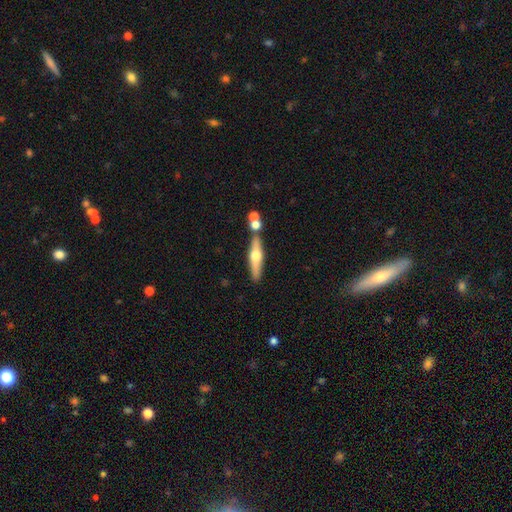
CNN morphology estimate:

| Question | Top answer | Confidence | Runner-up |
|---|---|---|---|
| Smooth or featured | featured or disk | 56% | smooth (37%) |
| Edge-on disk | yes | 92% | no (8%) |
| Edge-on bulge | rounded | 94% | none (3%) |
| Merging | none | 74% | merger (13%) |